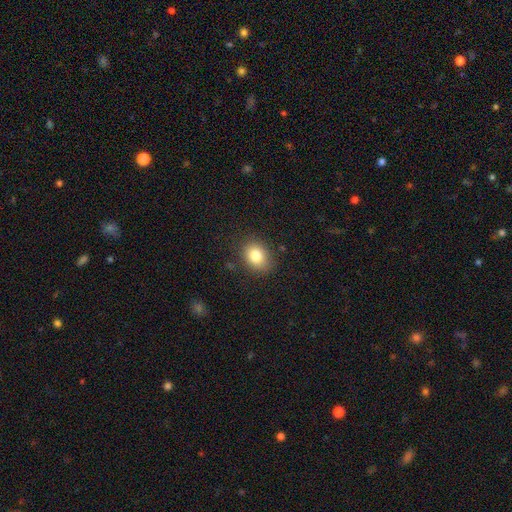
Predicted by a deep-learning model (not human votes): A smooth galaxy with no disk features (81%) that is in between round and cigar-shaped (57%).

Vote fractions:
- Smooth or featured? smooth: 81% / star or artifact: 10% / featured or disk: 9%
- How rounded? in between: 57% / round: 42% / cigar-shaped: 1%
- Merging? none: 83% / minor disturbance: 12% / major disturbance: 3% / merger: 1%